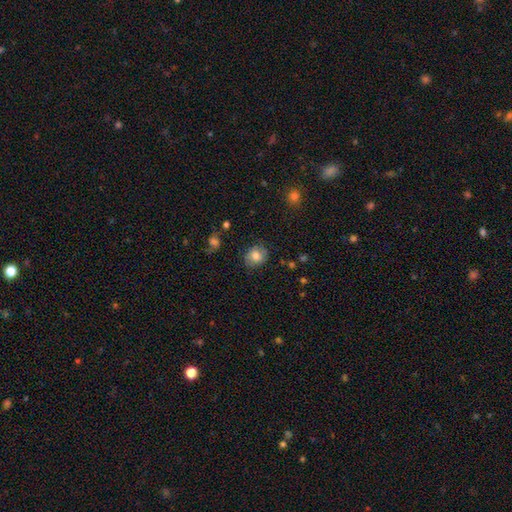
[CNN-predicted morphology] type=smooth (74%); roundness=round (68%); merging=none (77%).